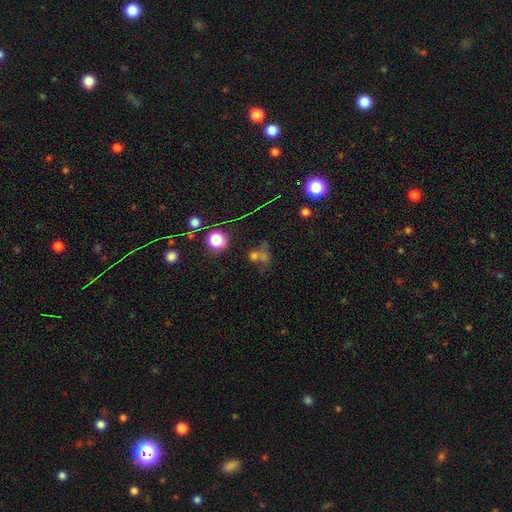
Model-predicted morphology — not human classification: The model was most divided on "smooth or featured": smooth: 47%, star or artifact: 37%, featured or disk: 16%. Remaining: merging — none (47%).